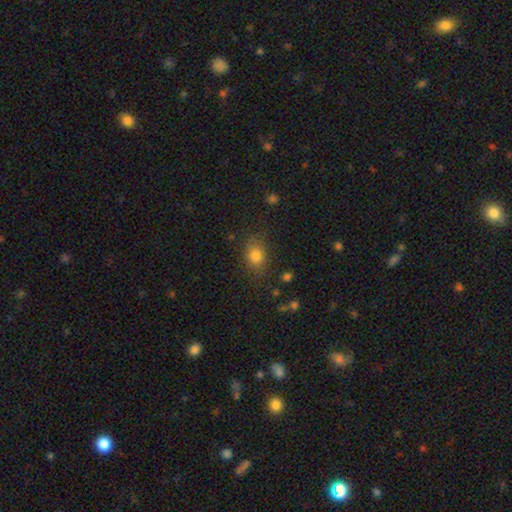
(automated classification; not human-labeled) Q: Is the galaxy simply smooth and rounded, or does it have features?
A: smooth — 80%.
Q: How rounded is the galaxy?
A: in between — 57%.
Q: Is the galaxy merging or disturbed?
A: none — 76%.